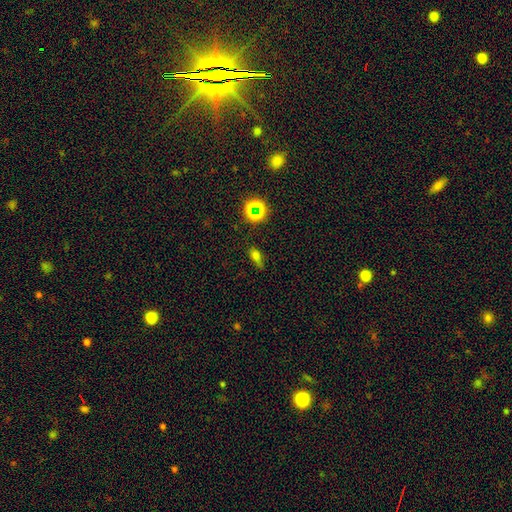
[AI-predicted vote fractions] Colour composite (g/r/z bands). It shows a smooth galaxy with no disk features (64%) that is in between round and cigar-shaped (71%). Merging: none (64%).